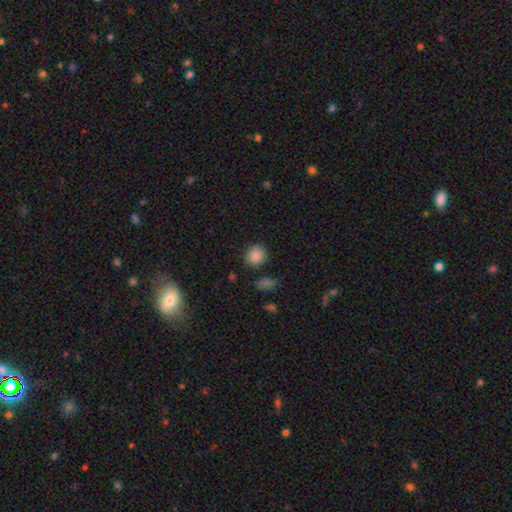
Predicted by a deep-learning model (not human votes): A smooth galaxy with no disk features (87%) that is round (85%). Merging: none (85%).